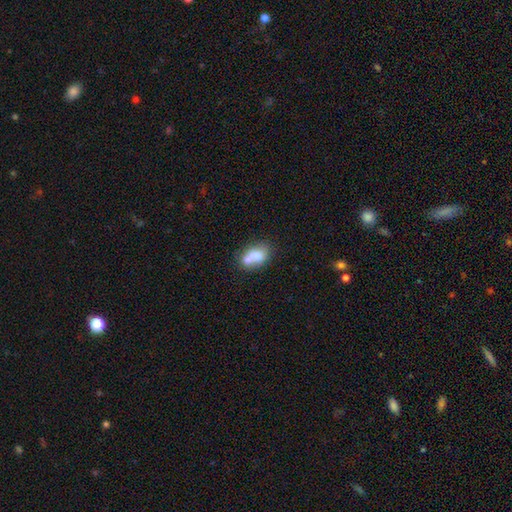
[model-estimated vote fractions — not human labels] Smooth or featured: smooth — 71% (featured or disk — 20%)
How rounded: in between — 72% (round — 26%)
Merging: merger — 48% (none — 34%)